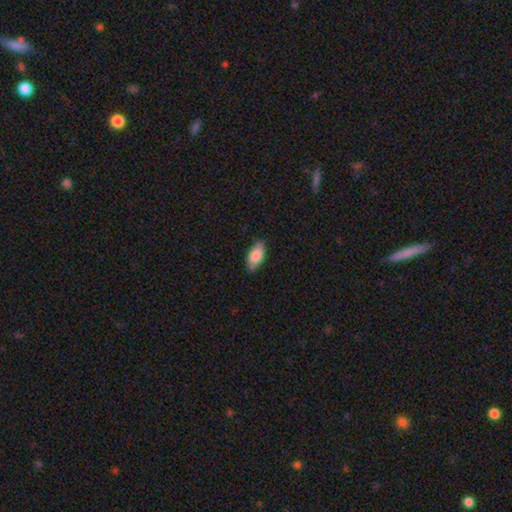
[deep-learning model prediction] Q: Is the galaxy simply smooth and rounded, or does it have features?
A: smooth — 80%.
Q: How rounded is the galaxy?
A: in between — 90%.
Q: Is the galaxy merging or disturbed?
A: none — 82%.